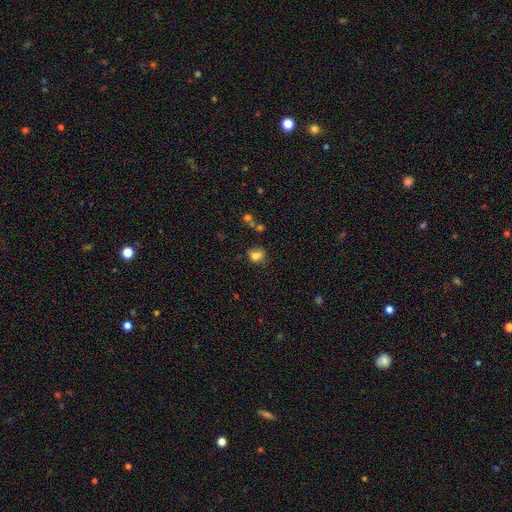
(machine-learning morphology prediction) Smooth or featured?
  - smooth: 77% *
  - star or artifact: 13%
  - featured or disk: 10%
How rounded?
  - round: 53% *
  - in between: 45%
  - cigar-shaped: 1%
Merging?
  - none: 64% *
  - minor disturbance: 21%
  - merger: 8%
  - major disturbance: 7%